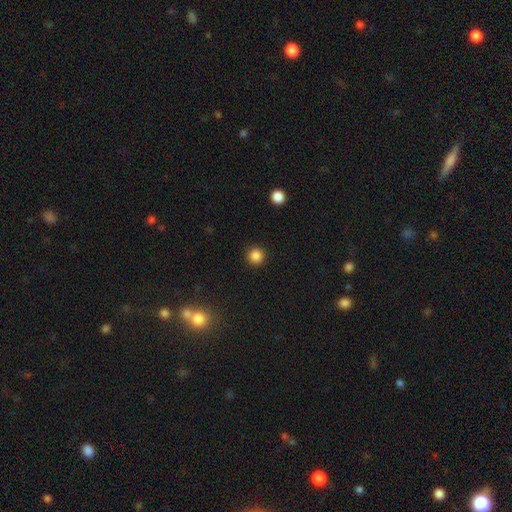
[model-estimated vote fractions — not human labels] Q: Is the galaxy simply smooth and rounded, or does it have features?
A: smooth — 86%.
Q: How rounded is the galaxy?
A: round — 95%.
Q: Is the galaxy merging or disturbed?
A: none — 92%.